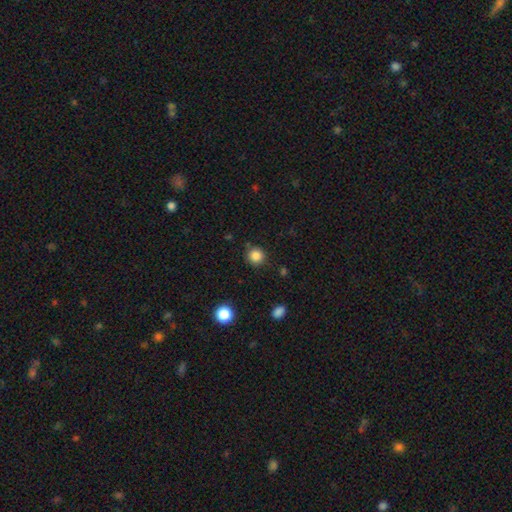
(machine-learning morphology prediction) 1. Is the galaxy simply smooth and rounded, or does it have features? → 85% smooth, 12% star or artifact, 3% featured or disk.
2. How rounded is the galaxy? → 93% round, 7% in between, 1% cigar-shaped.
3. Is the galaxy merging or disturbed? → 85% none, 9% minor disturbance, 3% major disturbance, 2% merger.